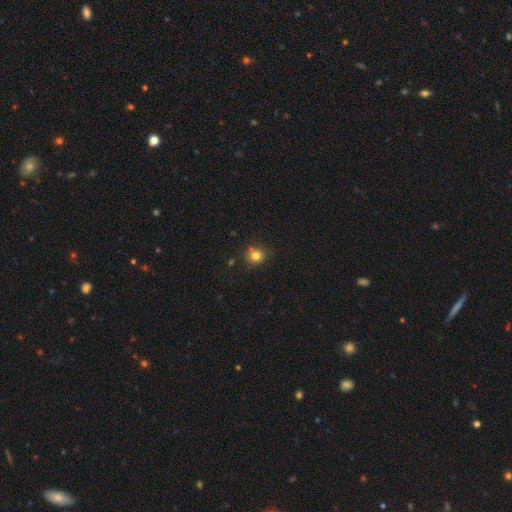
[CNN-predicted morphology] smooth 80%, star or artifact 13%, featured or disk 6%. Down the decision tree: how rounded — round (89%); merging — none (81%).